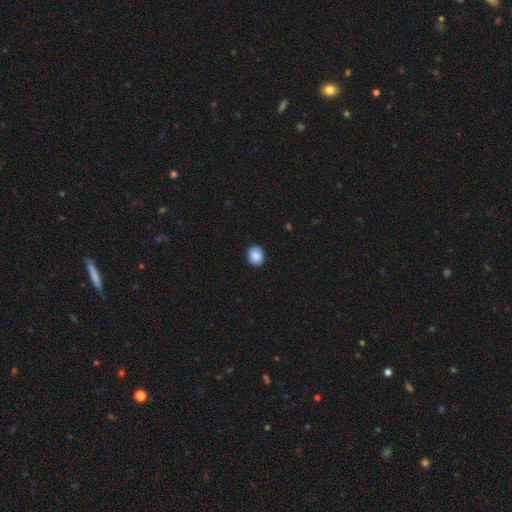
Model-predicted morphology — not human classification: smooth_or_featured: smooth (p=0.88) [alt: star or artifact p=0.08]
how_rounded: round (p=0.58) [alt: in between p=0.41]
merging: none (p=0.90) [alt: minor disturbance p=0.08]